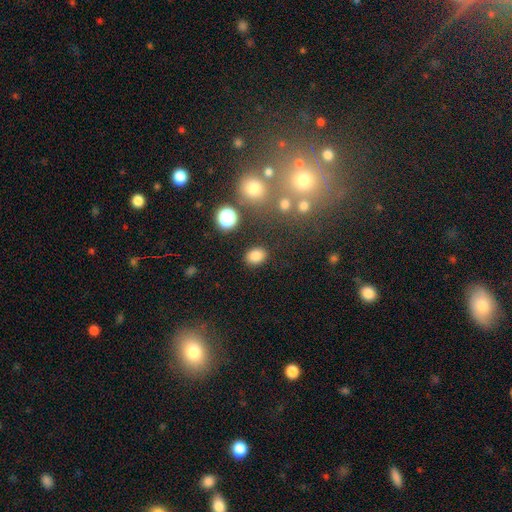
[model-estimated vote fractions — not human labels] smooth_or_featured: smooth (p=0.82) [alt: star or artifact p=0.13]
how_rounded: in between (p=0.61) [alt: round p=0.38]
merging: none (p=0.84) [alt: minor disturbance p=0.09]